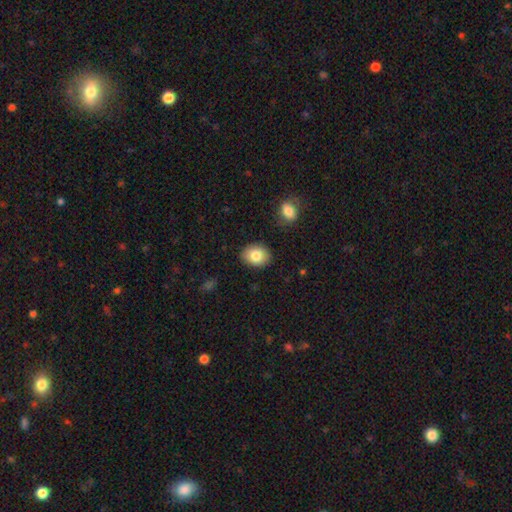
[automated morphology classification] smooth-or-featured: smooth: 82% | featured or disk: 10% | star or artifact: 8%
  how-rounded: in between: 61% | round: 38% | cigar-shaped: 1%
  merging: none: 87% | minor disturbance: 9% | major disturbance: 2% | merger: 2%